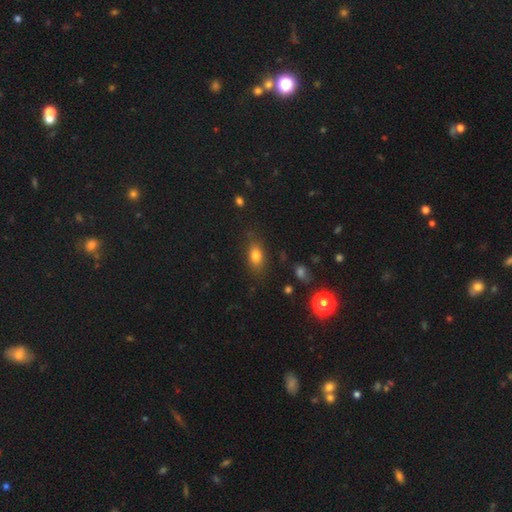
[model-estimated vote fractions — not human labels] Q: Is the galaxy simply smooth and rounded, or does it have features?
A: smooth — 79%.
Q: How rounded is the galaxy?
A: in between — 80%.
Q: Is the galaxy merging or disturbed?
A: none — 79%.